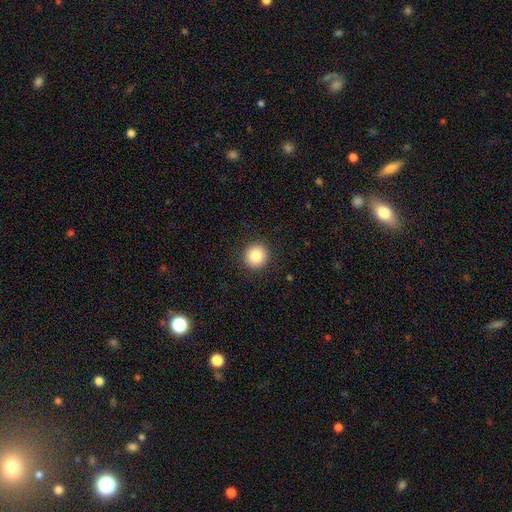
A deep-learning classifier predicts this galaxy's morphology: Smooth or featured?
  - smooth: 85% *
  - star or artifact: 9%
  - featured or disk: 6%
How rounded?
  - round: 93% *
  - in between: 6%
  - cigar-shaped: 1%
Merging?
  - none: 92% *
  - minor disturbance: 5%
  - major disturbance: 2%
  - merger: 1%